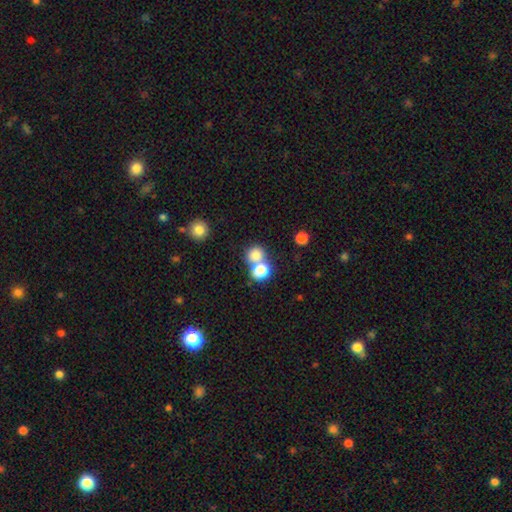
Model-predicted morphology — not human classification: smooth-or-featured: smooth: 79% | star or artifact: 12% | featured or disk: 9%
  how-rounded: round: 74% | in between: 25% | cigar-shaped: 1%
  merging: merger: 52% | none: 38% | minor disturbance: 6% | major disturbance: 3%